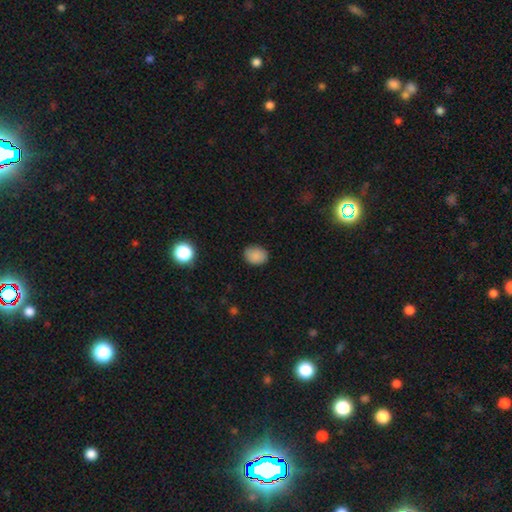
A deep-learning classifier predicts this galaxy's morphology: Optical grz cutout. It shows a smooth galaxy with no disk features (86%) that is round (51%). Merging: none (84%).